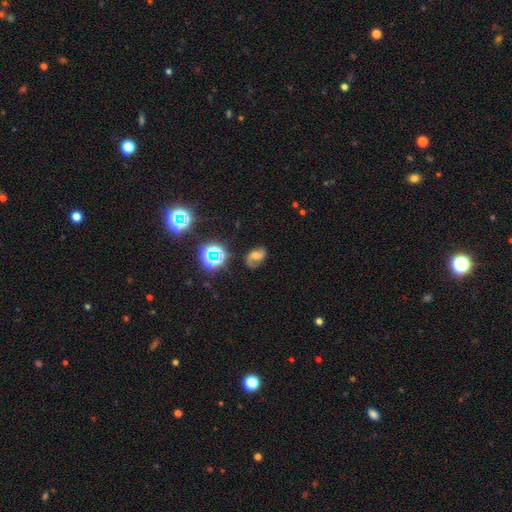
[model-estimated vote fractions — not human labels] The model was most divided on "bar": no: 46%, weak: 40%, strong: 14%. Remaining: edge-on disk — no (97%); spiral arms — yes (89%); merging — none (66%); smooth or featured — featured or disk (55%); bulge size — moderate (37%).